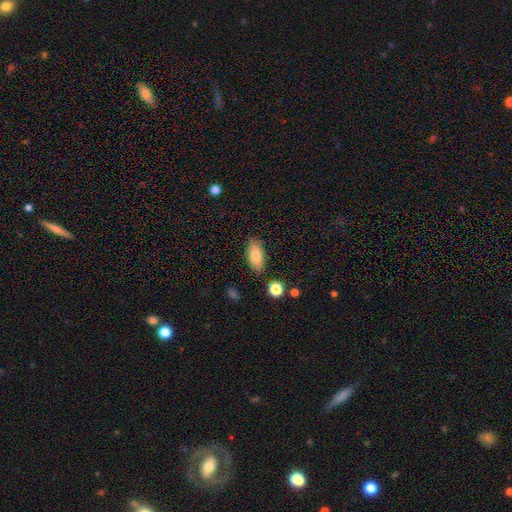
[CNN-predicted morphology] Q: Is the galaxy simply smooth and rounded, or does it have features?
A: smooth — 81%.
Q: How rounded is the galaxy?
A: in between — 85%.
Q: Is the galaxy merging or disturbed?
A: none — 84%.